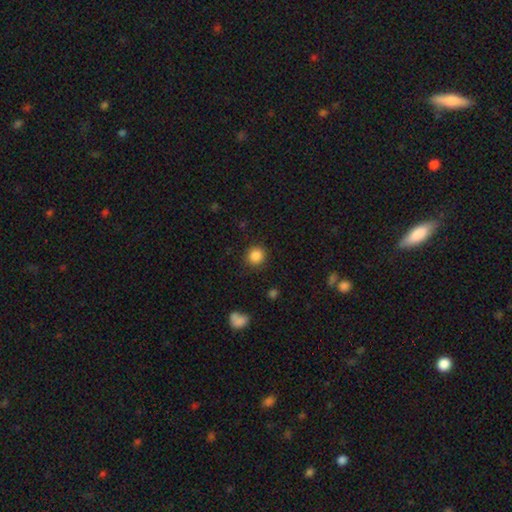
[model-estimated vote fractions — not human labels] Smooth or featured?
  - smooth: 86% *
  - star or artifact: 10%
  - featured or disk: 3%
How rounded?
  - round: 91% *
  - in between: 8%
  - cigar-shaped: 1%
Merging?
  - none: 88% *
  - minor disturbance: 7%
  - major disturbance: 3%
  - merger: 1%